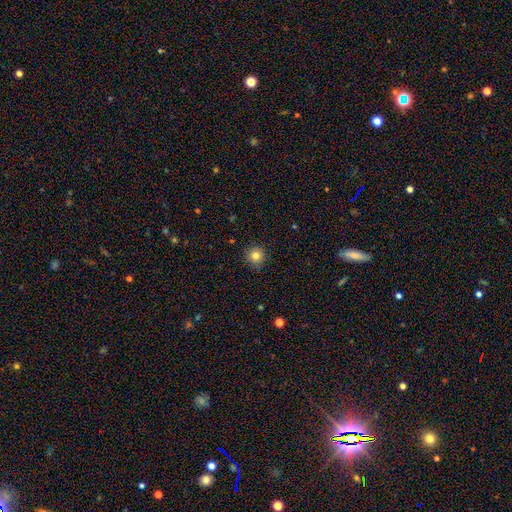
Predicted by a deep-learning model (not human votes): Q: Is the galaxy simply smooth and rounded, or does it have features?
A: smooth — 81%.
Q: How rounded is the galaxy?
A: round — 95%.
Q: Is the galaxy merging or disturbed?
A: none — 90%.